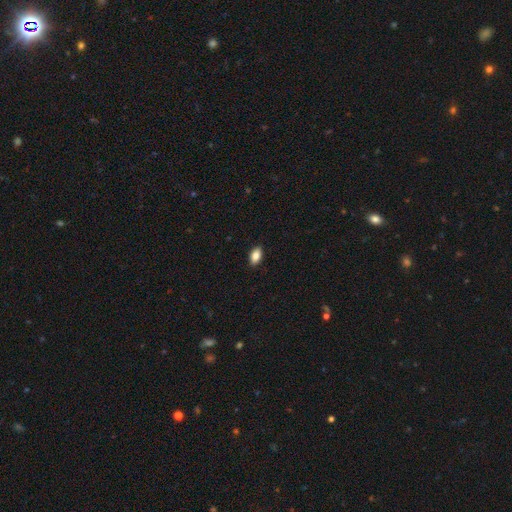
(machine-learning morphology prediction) Q: Smooth or featured?
A: smooth (86%); runner-up: star or artifact (8%)
Q: How rounded?
A: in between (91%); runner-up: round (5%)
Q: Merging?
A: none (90%); runner-up: minor disturbance (8%)